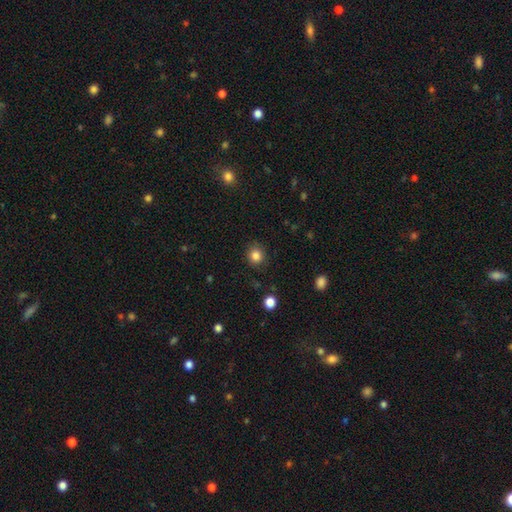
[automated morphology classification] A smooth galaxy with no disk features (84%) that is round (87%). Merging: none (88%).